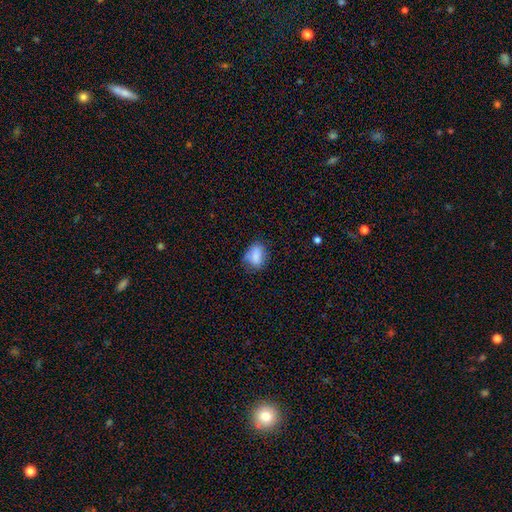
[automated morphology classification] Q: Smooth or featured?
A: smooth (80%); runner-up: featured or disk (11%)
Q: How rounded?
A: in between (78%); runner-up: round (19%)
Q: Merging?
A: none (59%); runner-up: minor disturbance (28%)